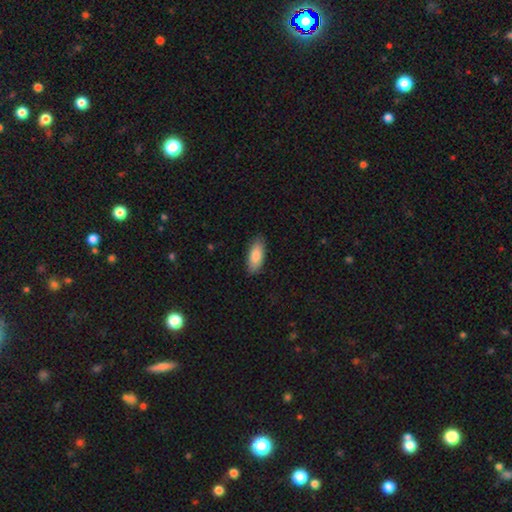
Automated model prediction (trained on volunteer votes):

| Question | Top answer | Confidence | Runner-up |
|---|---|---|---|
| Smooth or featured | smooth | 83% | featured or disk (11%) |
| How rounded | in between | 82% | cigar-shaped (15%) |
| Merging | none | 87% | minor disturbance (10%) |